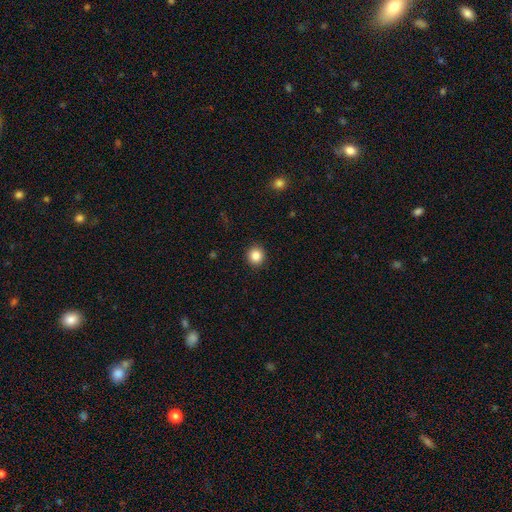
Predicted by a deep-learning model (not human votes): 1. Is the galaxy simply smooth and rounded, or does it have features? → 86% smooth, 10% star or artifact, 4% featured or disk.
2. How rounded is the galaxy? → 92% round, 7% in between, 1% cigar-shaped.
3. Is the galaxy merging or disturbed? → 92% none, 5% minor disturbance, 2% major disturbance, 1% merger.